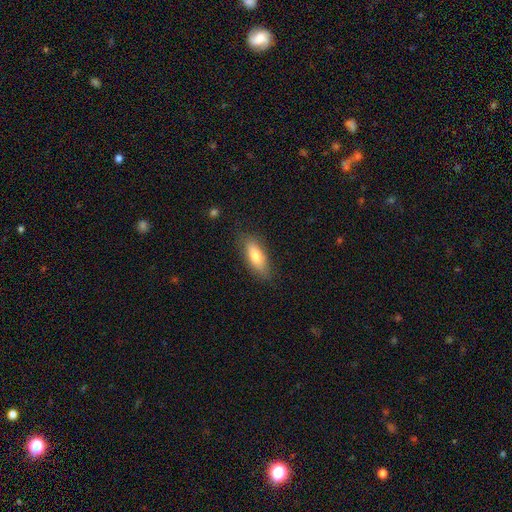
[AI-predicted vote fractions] Smooth or featured?
  - smooth: 76% *
  - featured or disk: 18%
  - star or artifact: 7%
How rounded?
  - in between: 70% *
  - cigar-shaped: 28%
  - round: 3%
Merging?
  - none: 80% *
  - minor disturbance: 15%
  - major disturbance: 3%
  - merger: 1%